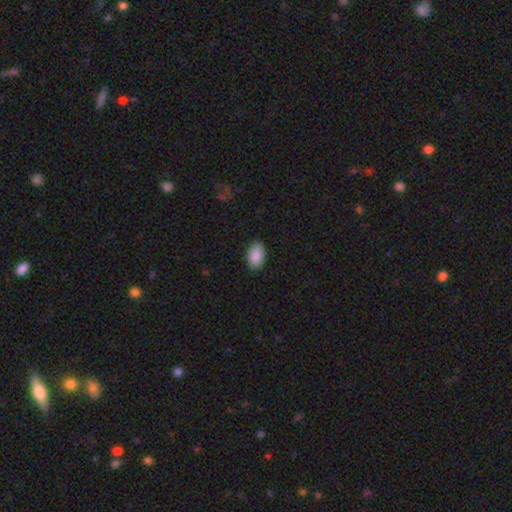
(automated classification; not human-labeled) A smooth galaxy with no disk features (90%) that is in between round and cigar-shaped (92%). Merging: none (86%).